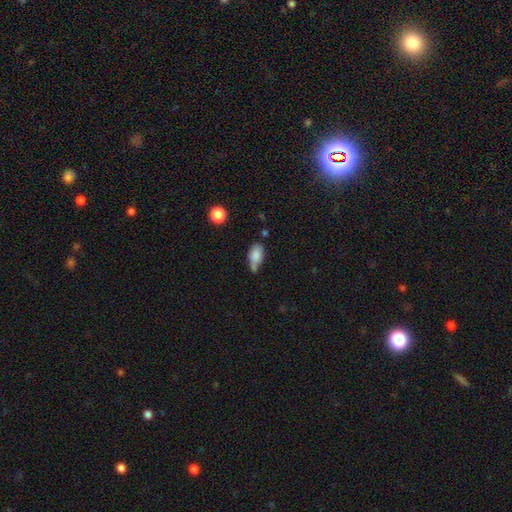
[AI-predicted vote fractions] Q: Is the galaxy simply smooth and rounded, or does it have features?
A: smooth — 80%.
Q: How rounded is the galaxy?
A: in between — 88%.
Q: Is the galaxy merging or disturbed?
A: minor disturbance — 36%, tied with none.